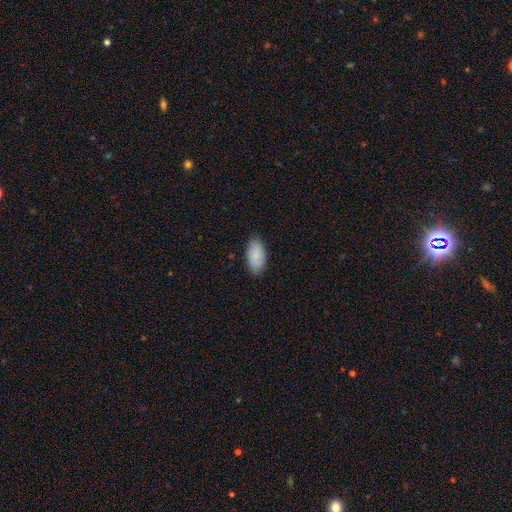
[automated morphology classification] Overall: smooth (87%). How rounded: in between (95%). Merging: none (86%).